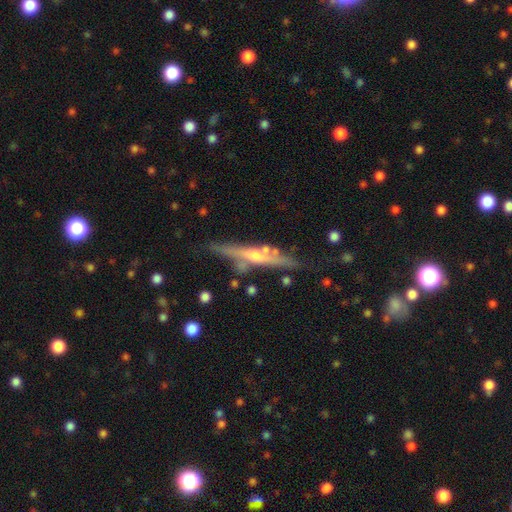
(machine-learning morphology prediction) Smooth or featured? featured or disk (76%)
Edge-on disk? yes (93%)
Edge-on bulge? rounded (75%)
Merging? none (75%)